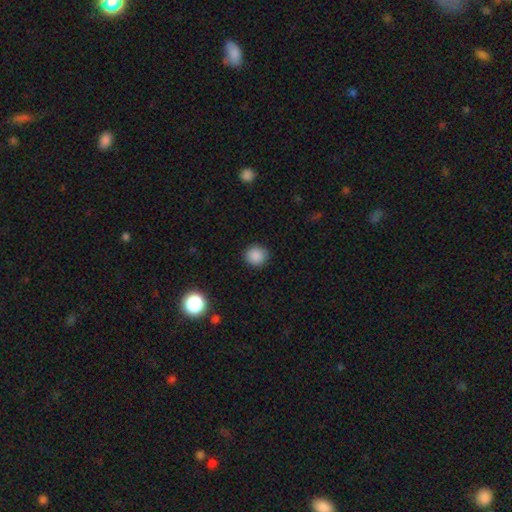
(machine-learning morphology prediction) This appears to be a smooth galaxy with no disk features (87%) that is round (91%). Merging: none (90%).